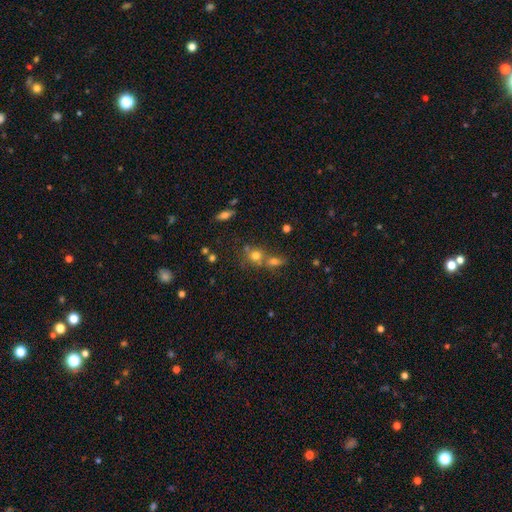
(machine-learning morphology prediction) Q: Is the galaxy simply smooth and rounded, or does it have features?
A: smooth — 69%.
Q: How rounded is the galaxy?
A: round — 76%.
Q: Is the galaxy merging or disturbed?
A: none — 46%.